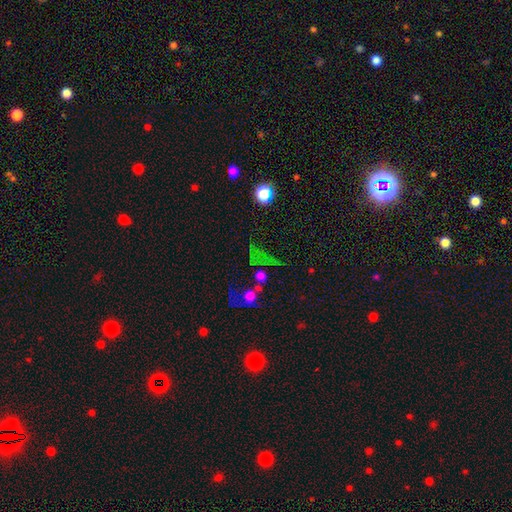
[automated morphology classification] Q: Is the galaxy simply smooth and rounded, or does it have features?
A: star or artifact — 47%.